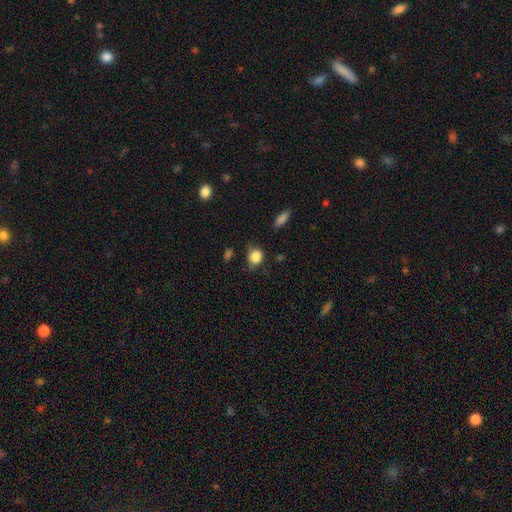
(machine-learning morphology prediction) smooth 85%, star or artifact 9%, featured or disk 6%. Down the decision tree: how rounded — round (65%); merging — none (53%).